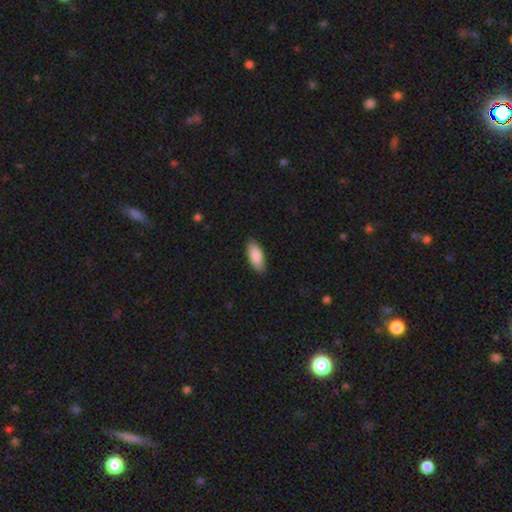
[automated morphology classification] This appears to be a smooth galaxy with no disk features (87%) that is in between round and cigar-shaped (82%). Merging: none (85%).